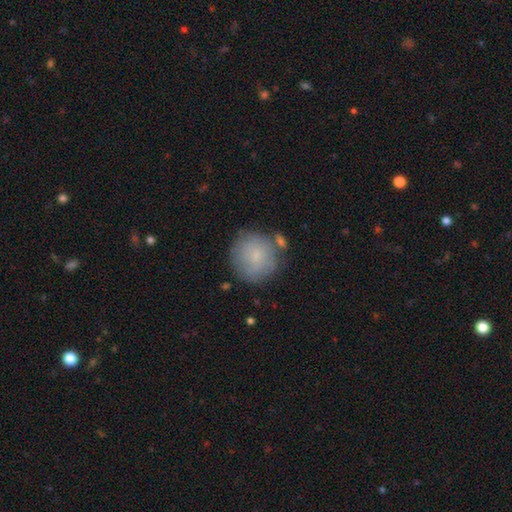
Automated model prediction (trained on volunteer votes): Overall: smooth (72%). How rounded: round (92%). Merging: none (71%).